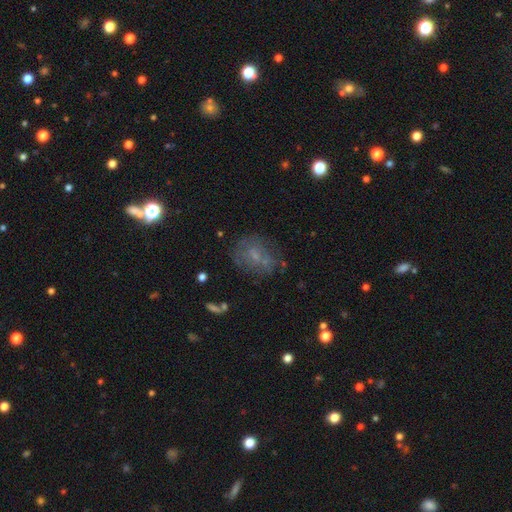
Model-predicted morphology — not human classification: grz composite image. It shows a featured or disk galaxy (43%). Merging: none (61%).